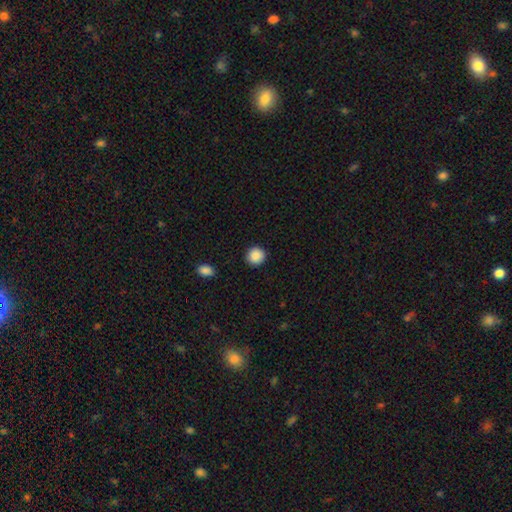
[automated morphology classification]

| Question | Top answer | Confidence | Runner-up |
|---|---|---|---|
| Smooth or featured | smooth | 89% | star or artifact (8%) |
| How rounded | round | 93% | in between (6%) |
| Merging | none | 91% | minor disturbance (5%) |